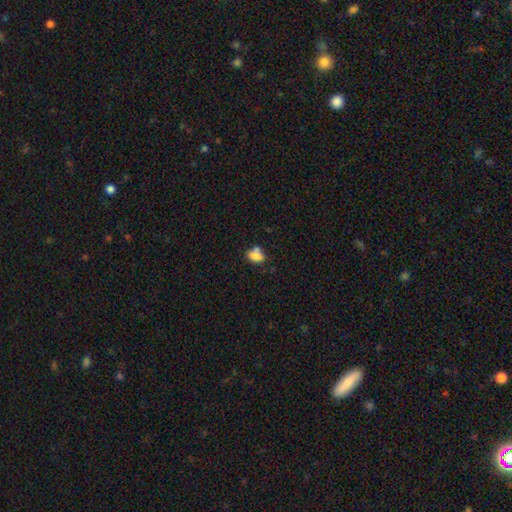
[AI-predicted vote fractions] Q: Smooth or featured?
A: smooth (77%); runner-up: featured or disk (13%)
Q: How rounded?
A: in between (71%); runner-up: round (27%)
Q: Merging?
A: none (43%); runner-up: merger (31%)